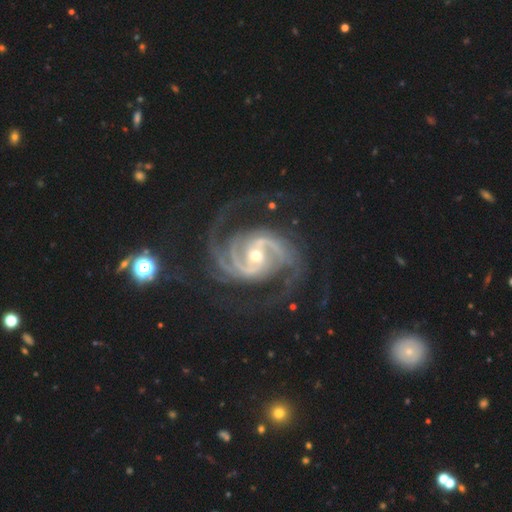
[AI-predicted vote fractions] Smooth or featured?
  - featured or disk: 93% *
  - star or artifact: 5%
  - smooth: 2%
Edge-on disk?
  - no: 98% *
  - yes: 2%
Bar?
  - weak: 41% *
  - strong: 30%
  - no: 29%
Spiral arms?
  - yes: 99% *
  - no: 1%
Spiral winding?
  - medium: 52% *
  - tight: 38%
  - loose: 11%
Spiral arm count?
  - 2: 63% *
  - 3: 17%
  - 4: 6%
  - can't tell: 6%
  - more than 4: 4%
  - 1: 4%
Bulge size?
  - moderate: 58% *
  - small: 36%
  - large: 4%
  - none: 1%
  - dominant: 1%
Merging?
  - none: 71% *
  - minor disturbance: 16%
  - major disturbance: 12%
  - merger: 2%